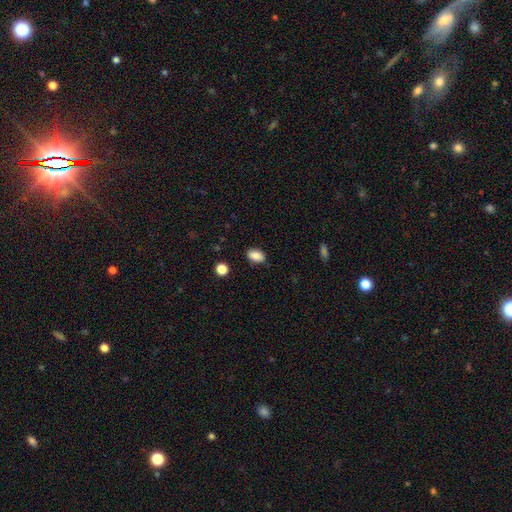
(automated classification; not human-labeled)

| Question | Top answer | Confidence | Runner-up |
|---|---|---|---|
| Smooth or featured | smooth | 85% | star or artifact (9%) |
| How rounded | in between | 84% | round (15%) |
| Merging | none | 83% | minor disturbance (13%) |